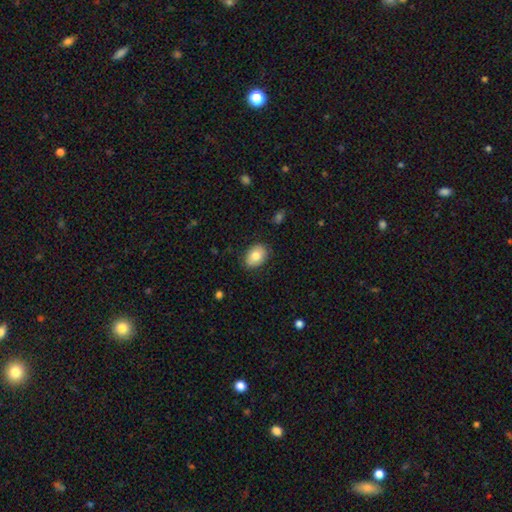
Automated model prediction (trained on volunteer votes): smooth-or-featured: smooth: 79% | featured or disk: 13% | star or artifact: 7%
  how-rounded: in between: 76% | round: 23% | cigar-shaped: 1%
  merging: none: 84% | minor disturbance: 13% | major disturbance: 3% | merger: 1%